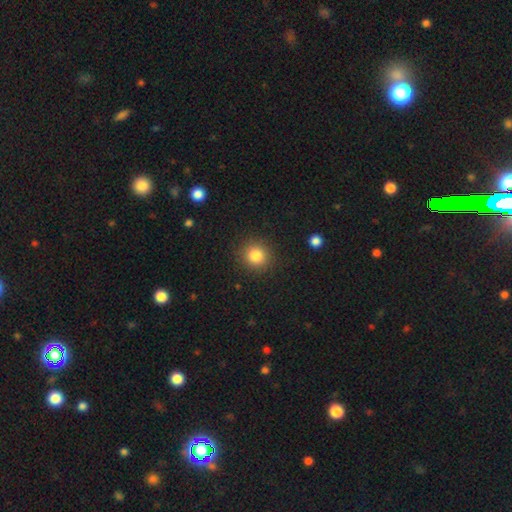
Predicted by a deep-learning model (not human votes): Smooth or featured? Predicted: smooth (p=0.84). How rounded? Predicted: round (p=0.90). Merging? Predicted: none (p=0.90).